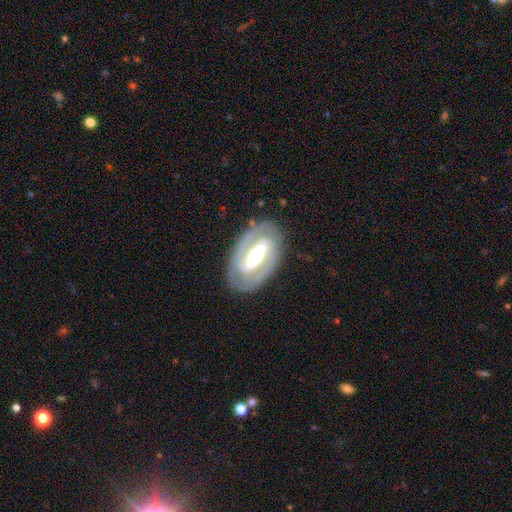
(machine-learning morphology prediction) This is clearly a featured or disk galaxy (85%). It is clearly not viewed edge-on (94%). Bar: likely strong (69%). Spiral arm pattern: clearly yes (81%). Spiral arm count: clearly 2 (87%). Spiral winding: possibly tight (53%). Central bulge: likely moderate (63%). Merging: clearly none (84%).